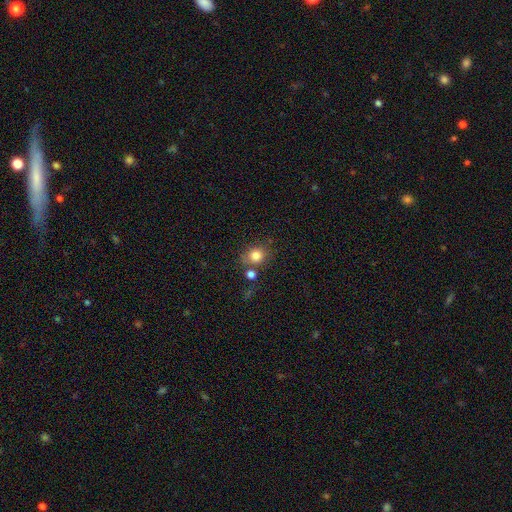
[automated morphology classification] smooth 81%, star or artifact 11%, featured or disk 8%. Down the decision tree: how rounded — round (71%); merging — none (64%).